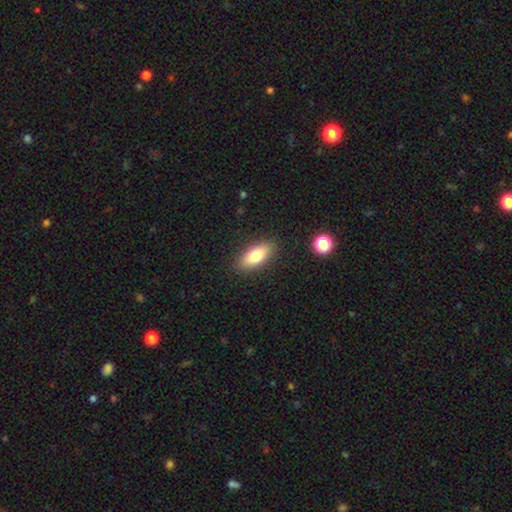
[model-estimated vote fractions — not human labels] The model was most divided on "smooth or featured": smooth: 77%, featured or disk: 15%, star or artifact: 7%. More confident: merging — none (87%); how rounded — in between (81%).